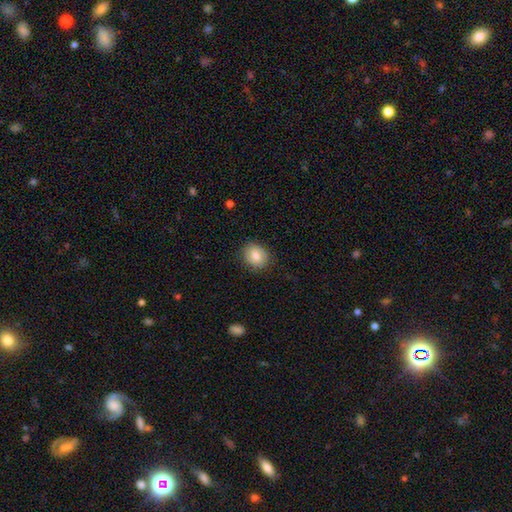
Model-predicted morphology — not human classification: Smooth or featured? smooth (80%)
How rounded? round (66%)
Merging? none (86%)